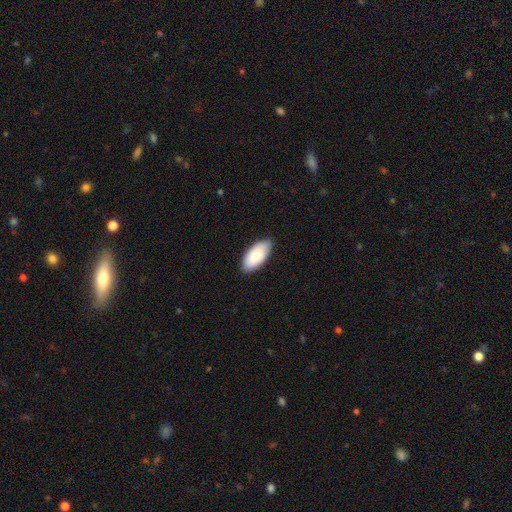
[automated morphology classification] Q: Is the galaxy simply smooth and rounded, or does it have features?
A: smooth — 82%.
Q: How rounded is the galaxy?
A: in between — 94%.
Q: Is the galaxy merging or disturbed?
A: none — 84%.